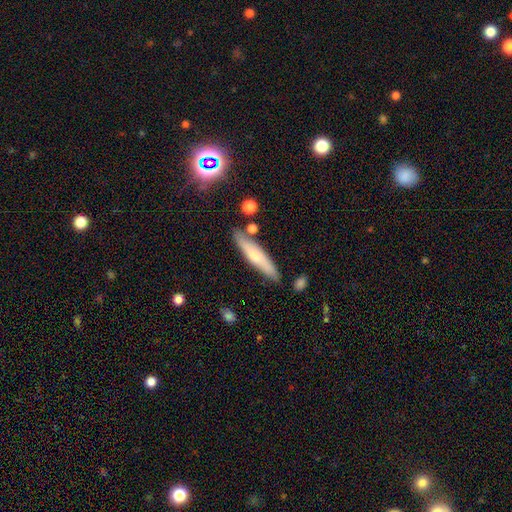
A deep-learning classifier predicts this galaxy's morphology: This appears to be a smooth galaxy with no disk features (60%) that is cigar-shaped (86%). Merging: none (81%).